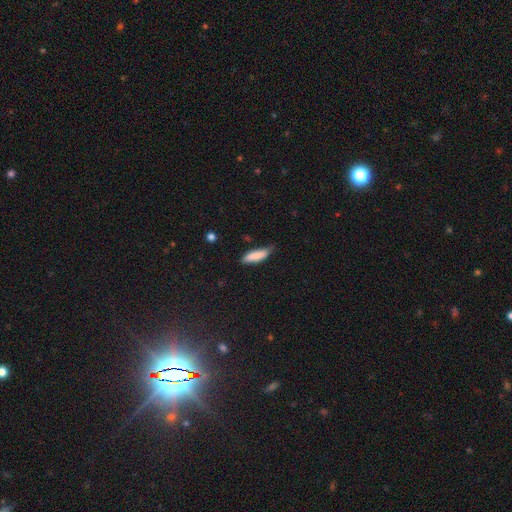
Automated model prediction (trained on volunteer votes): smooth 85%, featured or disk 9%, star or artifact 6%. Down the decision tree: how rounded — cigar-shaped (56%); merging — none (54%).